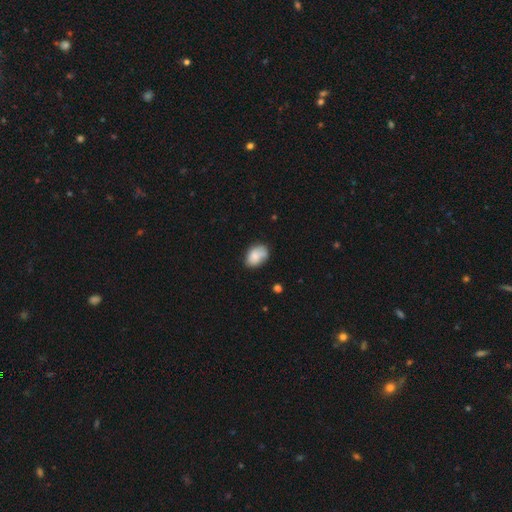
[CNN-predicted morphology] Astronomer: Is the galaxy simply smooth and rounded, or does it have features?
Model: smooth — 77%.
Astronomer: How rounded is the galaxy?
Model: in between — 81%.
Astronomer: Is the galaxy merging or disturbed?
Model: none — 59%.